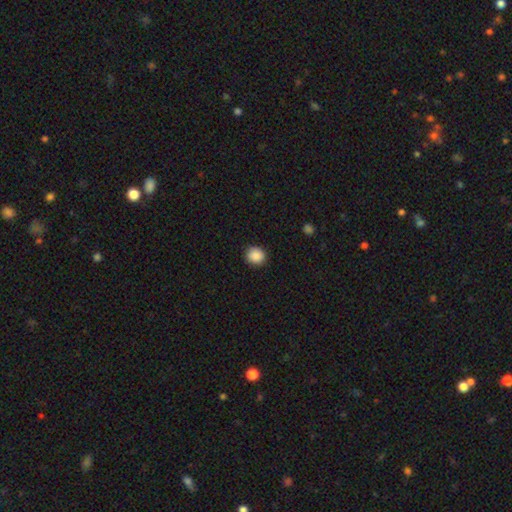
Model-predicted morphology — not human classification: type=smooth (89%); roundness=round (87%); merging=none (91%).